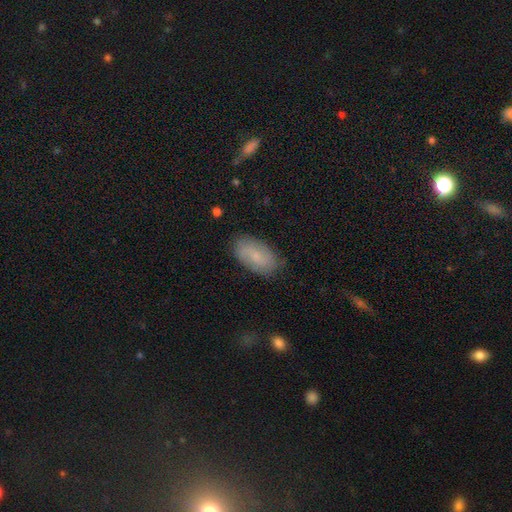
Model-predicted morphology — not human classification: Smooth or featured: smooth — 71% (featured or disk — 22%)
How rounded: in between — 94% (round — 3%)
Merging: none — 81% (minor disturbance — 14%)